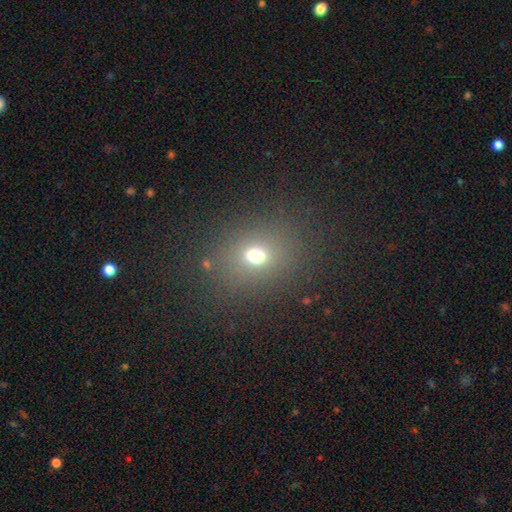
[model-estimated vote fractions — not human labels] Q: Smooth or featured?
A: smooth (66%); runner-up: star or artifact (23%)
Q: How rounded?
A: round (59%); runner-up: in between (39%)
Q: Merging?
A: none (81%); runner-up: minor disturbance (10%)